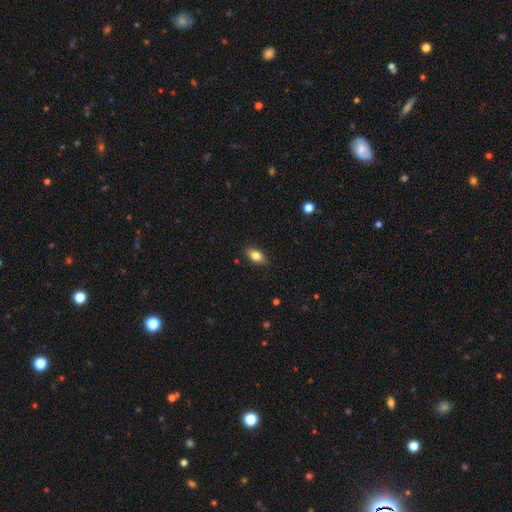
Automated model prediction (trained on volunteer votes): Q: Smooth or featured?
A: smooth (81%); runner-up: featured or disk (10%)
Q: How rounded?
A: in between (86%); runner-up: round (9%)
Q: Merging?
A: none (85%); runner-up: minor disturbance (11%)